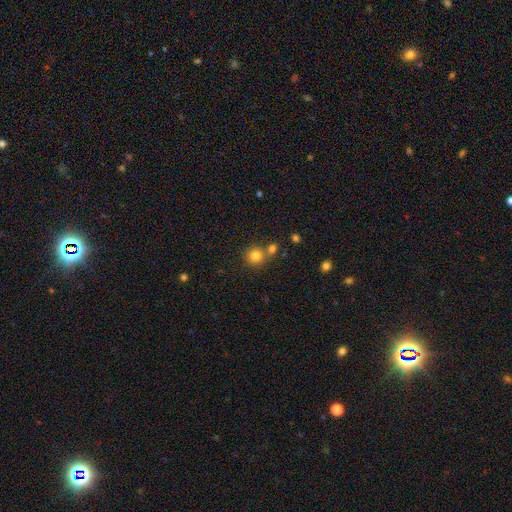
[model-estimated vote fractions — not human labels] Smooth or featured? smooth (82%)
How rounded? round (90%)
Merging? none (64%)